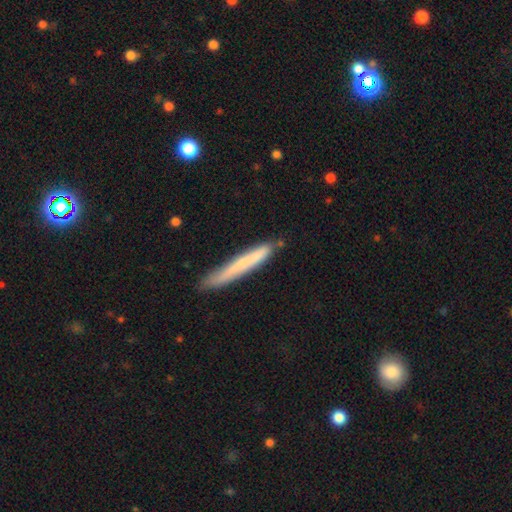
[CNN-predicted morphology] Smooth or featured? Predicted: smooth (p=0.67). How rounded? Predicted: cigar-shaped (p=0.93). Merging? Predicted: none (p=0.75).